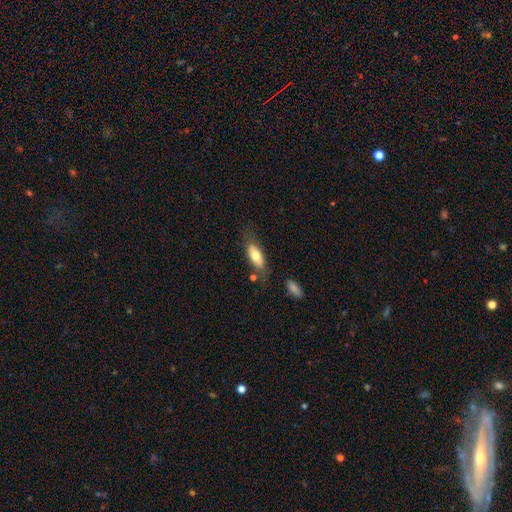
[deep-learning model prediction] Smooth or featured? smooth (70%)
How rounded? in between (76%)
Merging? none (64%)